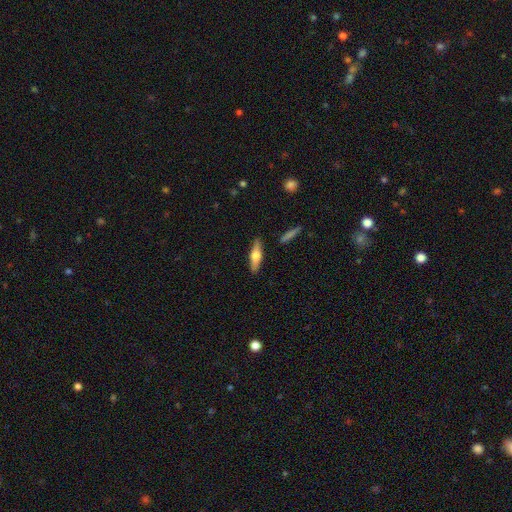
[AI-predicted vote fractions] This appears to be a featured or disk galaxy (47%, tied with smooth). Merging: none (88%).